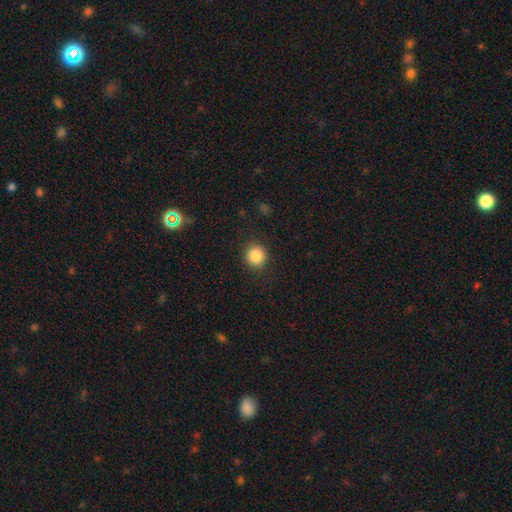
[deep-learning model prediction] Q: Smooth or featured?
A: smooth (86%); runner-up: star or artifact (10%)
Q: How rounded?
A: round (92%); runner-up: in between (7%)
Q: Merging?
A: none (90%); runner-up: minor disturbance (7%)